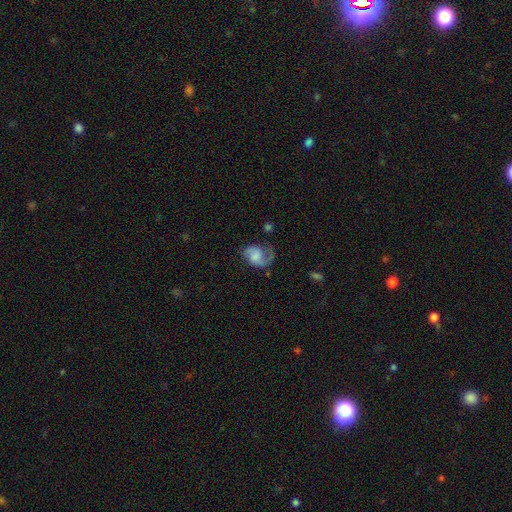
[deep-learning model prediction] Smooth or featured: featured or disk — 64% (smooth — 28%)
Edge-on disk: no — 98% (yes — 2%)
Bar: no — 60% (weak — 33%)
Spiral arms: yes — 91% (no — 9%)
Spiral winding: medium — 42% (loose — 41%)
Spiral arm count: 2 — 53% (1 — 39%)
Bulge size: none — 38% (small — 24%)
Merging: none — 45% (major disturbance — 27%)